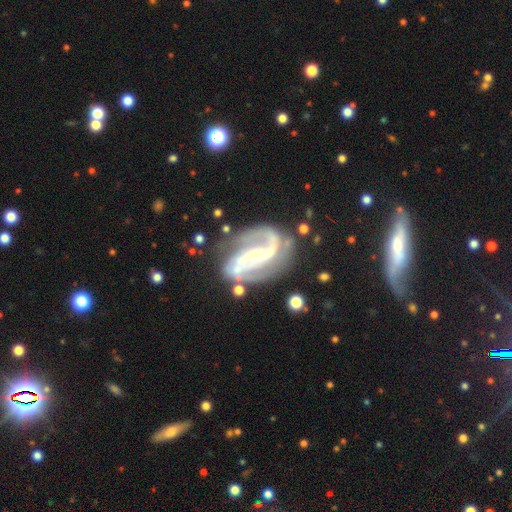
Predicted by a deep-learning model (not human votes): The model was most divided on "bar": strong: 40%, weak: 31%, no: 30%. More confident: spiral arms — yes (98%); edge-on disk — no (97%); smooth or featured — featured or disk (92%); spiral arm count — 2 (86%); merging — none (68%); bulge size — small (61%); spiral winding — medium (54%).